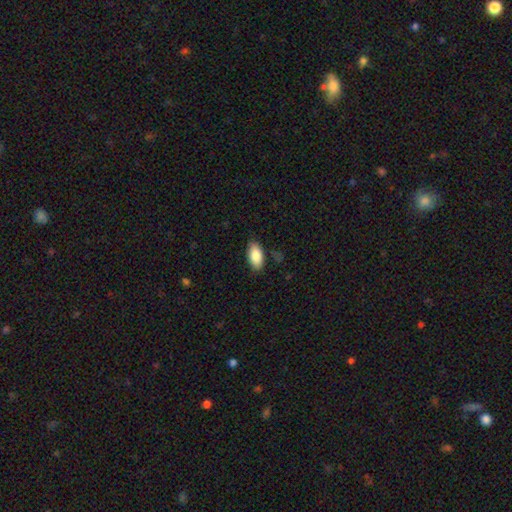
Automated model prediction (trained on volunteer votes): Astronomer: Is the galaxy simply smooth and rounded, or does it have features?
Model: smooth — 86%.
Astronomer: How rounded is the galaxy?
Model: in between — 92%.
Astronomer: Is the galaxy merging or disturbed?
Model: none — 83%.